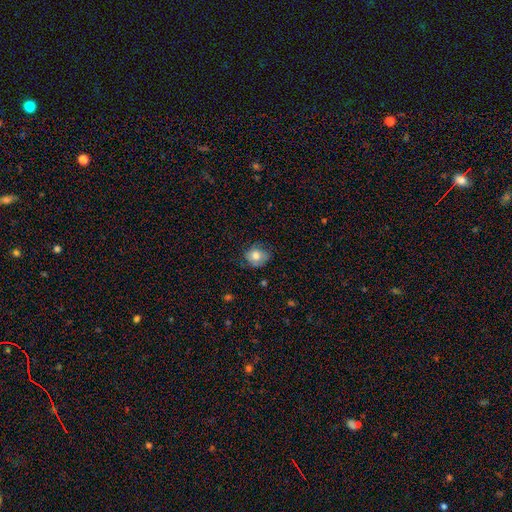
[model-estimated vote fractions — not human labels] Smooth or featured: smooth — 75% (featured or disk — 16%)
How rounded: round — 72% (in between — 27%)
Merging: none — 65% (minor disturbance — 26%)